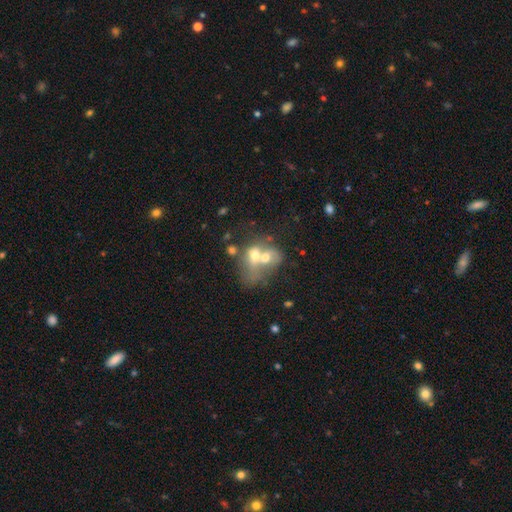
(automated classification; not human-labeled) This is possibly a smooth galaxy (54%). How rounded: possibly in between (59%). Merging: likely merger (78%).